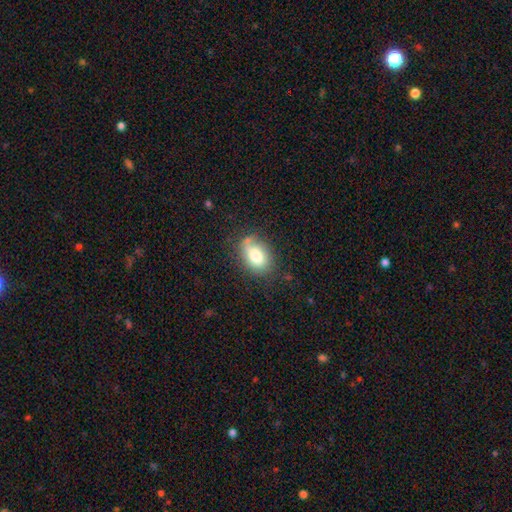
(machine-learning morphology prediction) type=smooth (76%); roundness=in between (83%); merging=none (64%).